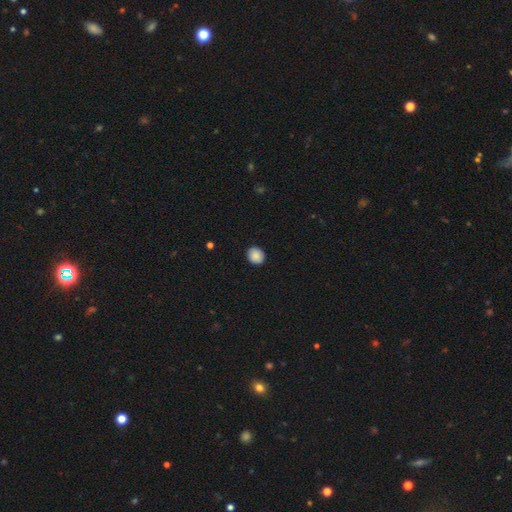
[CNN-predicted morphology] smooth 88%, star or artifact 8%, featured or disk 4%. Down the decision tree: how rounded — round (70%); merging — none (89%).